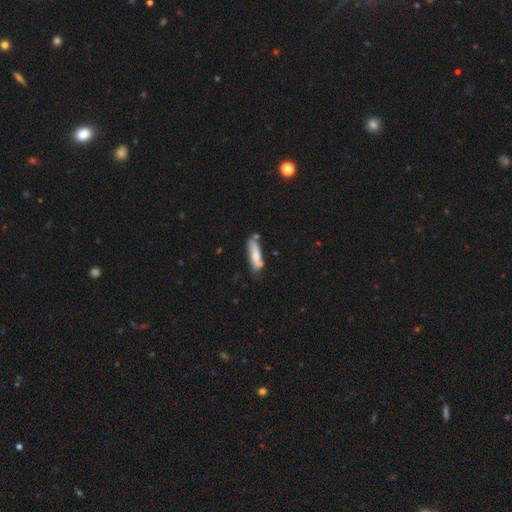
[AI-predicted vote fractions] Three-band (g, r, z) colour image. It shows a smooth galaxy with no disk features (67%) that is cigar-shaped (63%). Merging: none (58%).